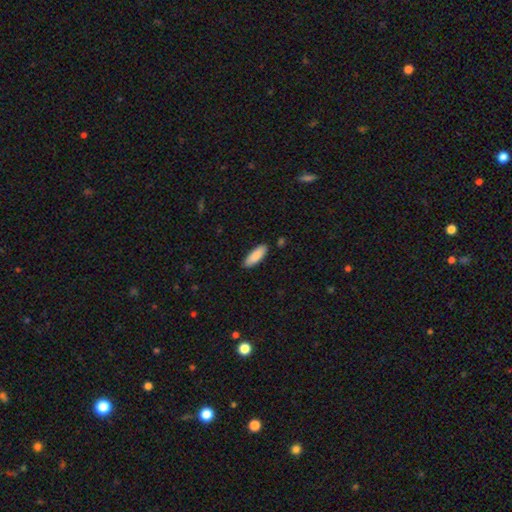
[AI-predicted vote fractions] Overall: smooth (87%). How rounded: in between (61%; cigar-shaped 38%). Merging: none (88%).